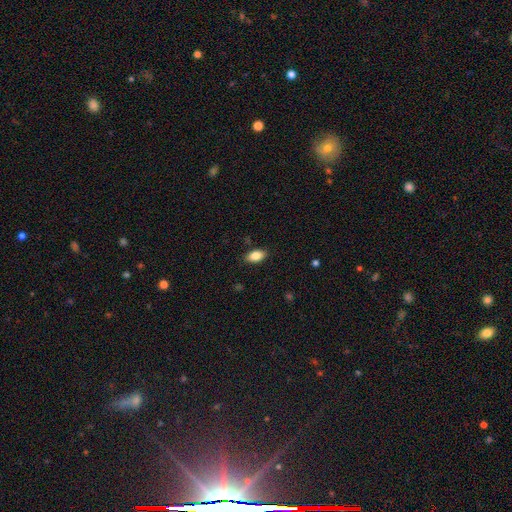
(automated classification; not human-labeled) A smooth galaxy with no disk features (86%) that is in between round and cigar-shaped (91%).

Vote fractions:
- Smooth or featured? smooth: 86% / star or artifact: 8% / featured or disk: 7%
- How rounded? in between: 91% / round: 5% / cigar-shaped: 4%
- Merging? none: 86% / minor disturbance: 11% / major disturbance: 2% / merger: 1%